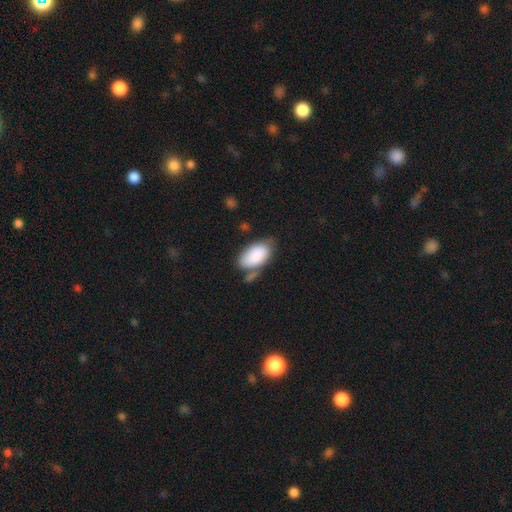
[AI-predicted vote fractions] Smooth or featured: smooth — 85% (featured or disk — 8%)
How rounded: in between — 95% (round — 3%)
Merging: none — 51% (minor disturbance — 25%)